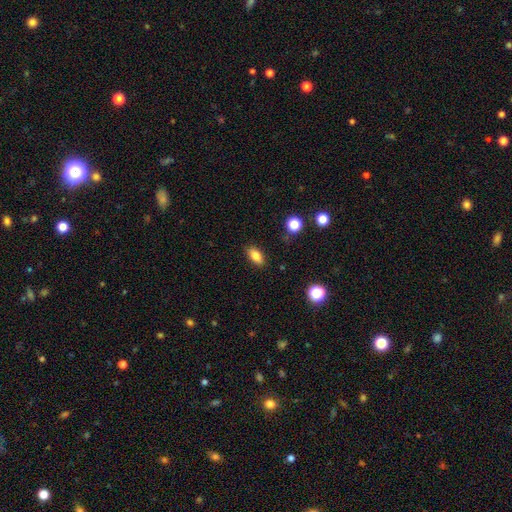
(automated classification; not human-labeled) The model was most divided on "smooth or featured": smooth: 83%, star or artifact: 9%, featured or disk: 8%. More confident: how rounded — in between (88%); merging — none (87%).